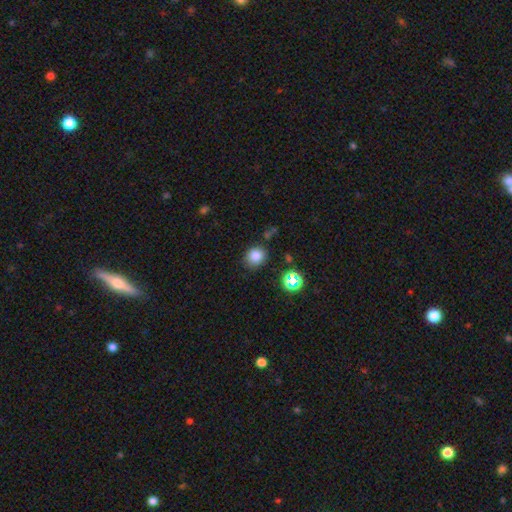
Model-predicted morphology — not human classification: A smooth galaxy with no disk features (80%) that is round (76%).

Vote fractions:
- Smooth or featured? smooth: 80% / star or artifact: 15% / featured or disk: 6%
- How rounded? round: 76% / in between: 24% / cigar-shaped: 1%
- Merging? none: 80% / minor disturbance: 13% / merger: 4% / major disturbance: 4%